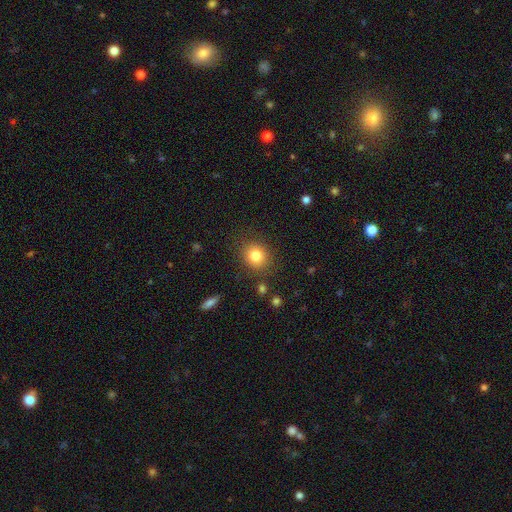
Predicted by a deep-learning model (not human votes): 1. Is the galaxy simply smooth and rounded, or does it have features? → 82% smooth, 11% star or artifact, 7% featured or disk.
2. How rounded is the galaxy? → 79% round, 20% in between, 1% cigar-shaped.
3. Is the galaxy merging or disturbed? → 85% none, 9% minor disturbance, 3% major disturbance, 2% merger.